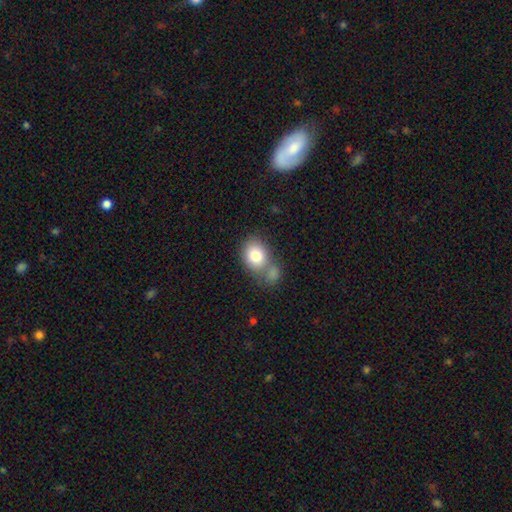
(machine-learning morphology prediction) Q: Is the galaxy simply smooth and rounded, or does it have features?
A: smooth — 79%.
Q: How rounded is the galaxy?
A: in between — 55%.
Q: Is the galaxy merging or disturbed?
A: none — 45%.